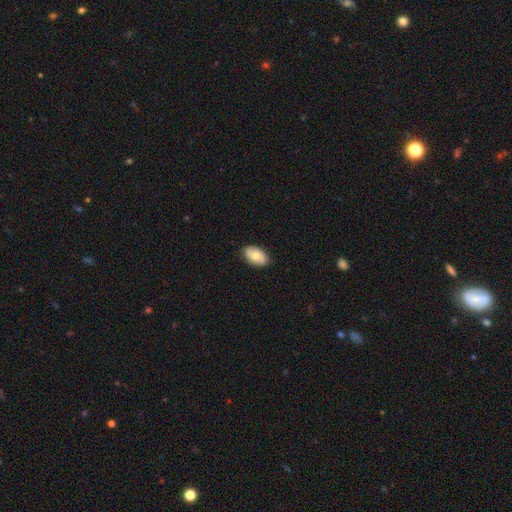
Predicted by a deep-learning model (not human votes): A smooth galaxy with no disk features (69%) that is in between round and cigar-shaped (92%).

Vote fractions:
- Smooth or featured? smooth: 69% / featured or disk: 24% / star or artifact: 6%
- How rounded? in between: 92% / round: 6% / cigar-shaped: 2%
- Merging? none: 85% / minor disturbance: 12% / major disturbance: 2% / merger: 1%